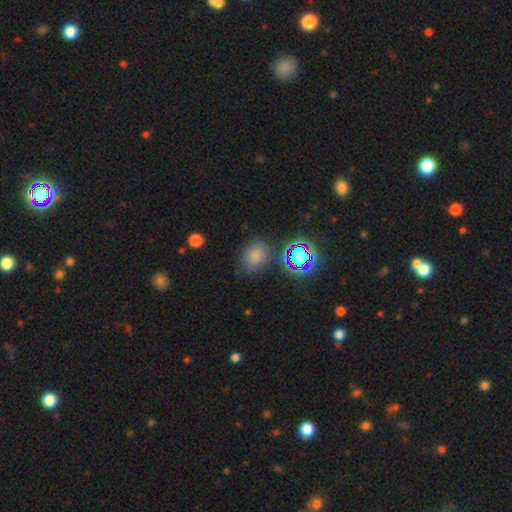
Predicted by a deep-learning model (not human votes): The model was most divided on "how rounded": in between: 52%, round: 47%, cigar-shaped: 1%. More confident: merging — none (74%); smooth or featured — smooth (70%).